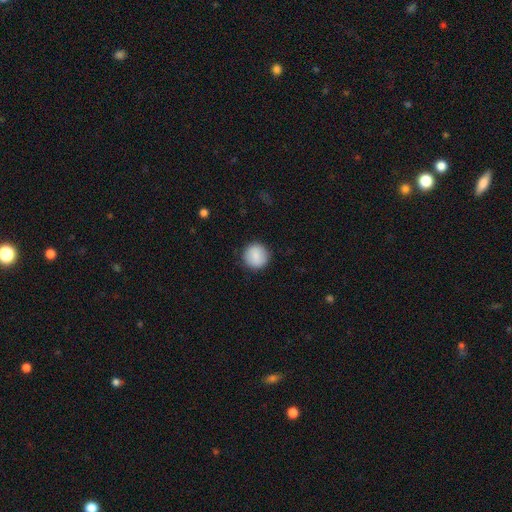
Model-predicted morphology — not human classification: Smooth or featured? Predicted: smooth (p=0.85). How rounded? Predicted: round (p=0.93). Merging? Predicted: none (p=0.89).